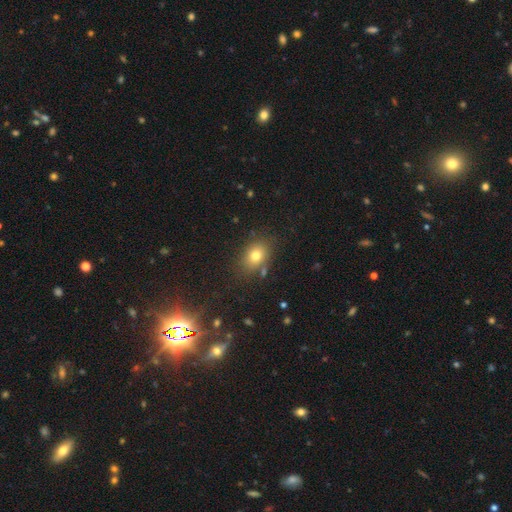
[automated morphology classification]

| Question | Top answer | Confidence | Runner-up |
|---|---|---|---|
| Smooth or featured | smooth | 77% | star or artifact (13%) |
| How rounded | in between | 66% | round (32%) |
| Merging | none | 79% | minor disturbance (12%) |